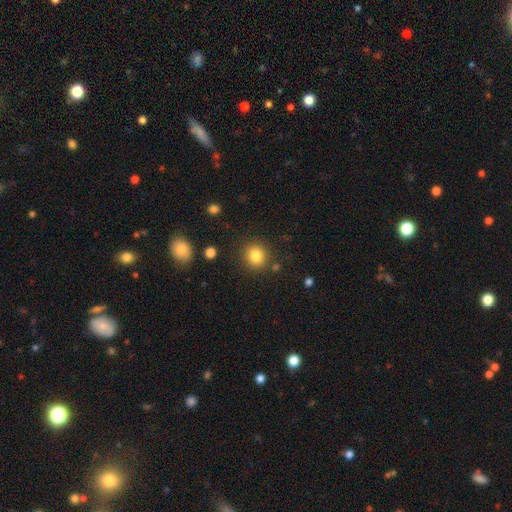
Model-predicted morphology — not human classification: Overall: smooth (83%). How rounded: round (86%). Merging: none (86%).